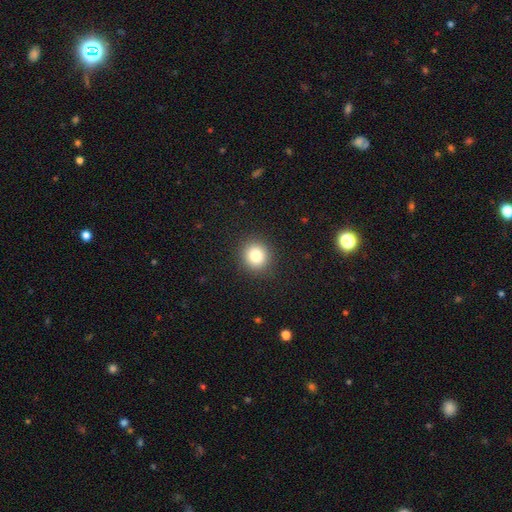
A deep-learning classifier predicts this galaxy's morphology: smooth 82%, star or artifact 11%, featured or disk 7%. Down the decision tree: how rounded — round (89%); merging — none (91%).